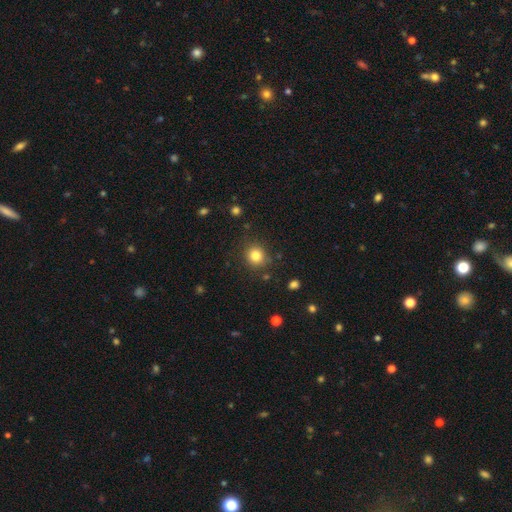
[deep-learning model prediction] smooth 82%, star or artifact 12%, featured or disk 6%. Down the decision tree: how rounded — round (88%); merging — none (86%).